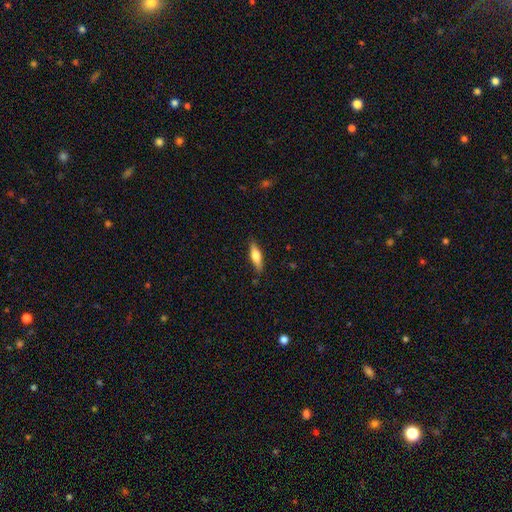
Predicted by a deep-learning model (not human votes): This is likely a smooth galaxy (61%). How rounded: possibly cigar-shaped (54%). Merging: clearly none (84%).